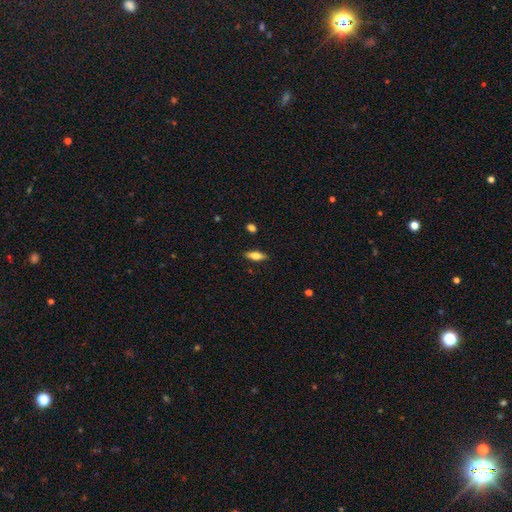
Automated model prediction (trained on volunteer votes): The model was most divided on "smooth or featured": smooth: 56%, featured or disk: 36%, star or artifact: 7%. More confident: merging — none (88%); how rounded — in between (59%).